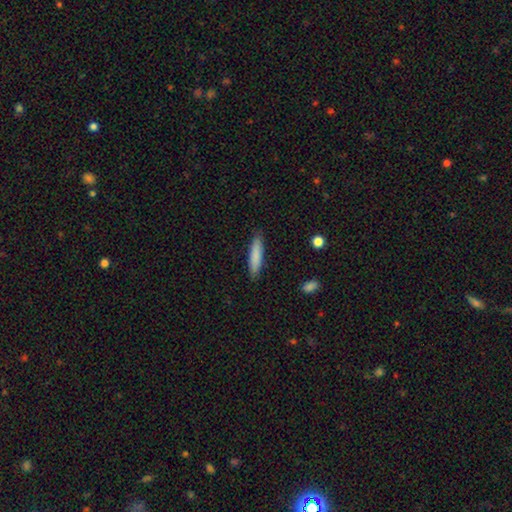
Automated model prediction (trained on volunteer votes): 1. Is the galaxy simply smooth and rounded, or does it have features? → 82% smooth, 11% featured or disk, 6% star or artifact.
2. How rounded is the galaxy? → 83% cigar-shaped, 16% in between, 1% round.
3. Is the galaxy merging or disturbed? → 88% none, 9% minor disturbance, 2% major disturbance, 1% merger.